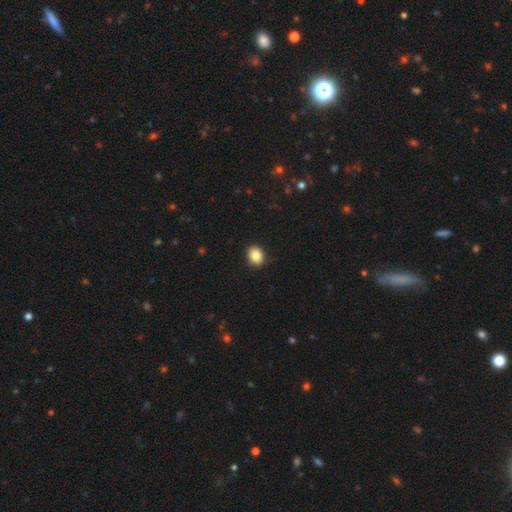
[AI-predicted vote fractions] Smooth or featured? Predicted: smooth (p=0.85). How rounded? Predicted: in between (p=0.50). Merging? Predicted: none (p=0.90).